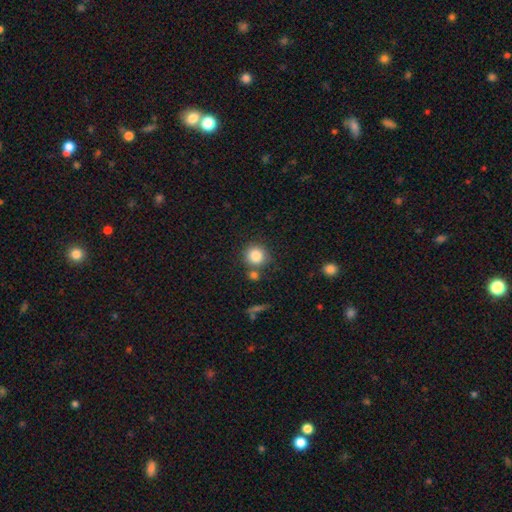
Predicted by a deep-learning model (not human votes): Smooth or featured? Predicted: smooth (p=0.84). How rounded? Predicted: round (p=0.91). Merging? Predicted: none (p=0.74).